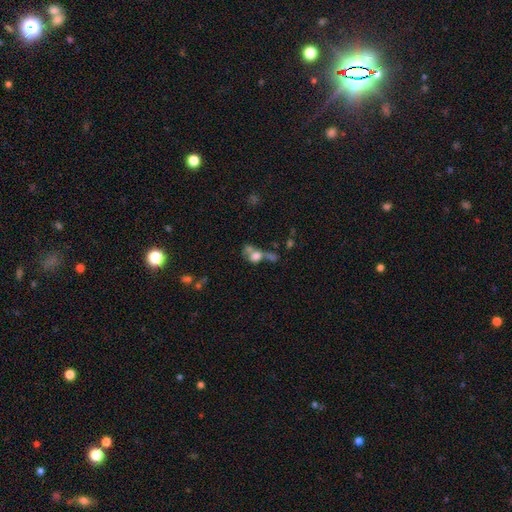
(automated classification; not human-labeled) smooth-or-featured: smooth: 62% | featured or disk: 23% | star or artifact: 16%
  how-rounded: in between: 50% | round: 45% | cigar-shaped: 5%
  merging: merger: 54% | none: 22% | major disturbance: 14% | minor disturbance: 10%